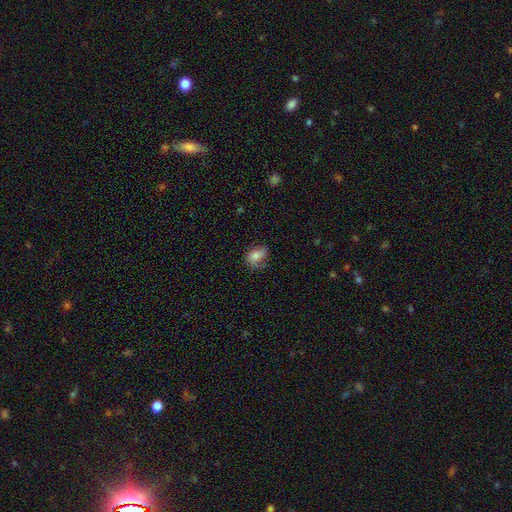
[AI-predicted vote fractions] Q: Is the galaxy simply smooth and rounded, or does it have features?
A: smooth — 72%.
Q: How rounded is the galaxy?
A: in between — 72%.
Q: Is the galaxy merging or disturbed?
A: none — 52%.